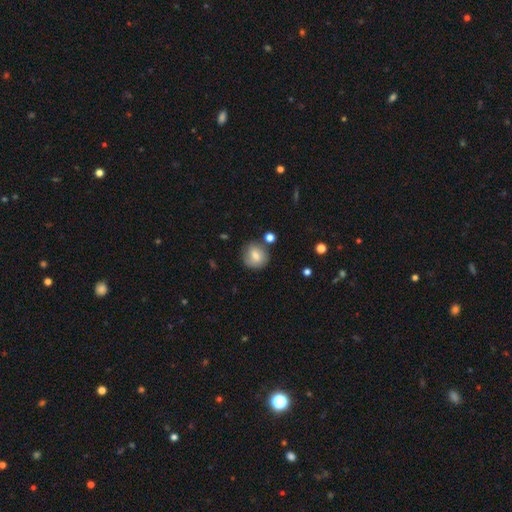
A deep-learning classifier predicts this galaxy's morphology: Smooth or featured? Predicted: smooth (p=0.74). How rounded? Predicted: round (p=0.86). Merging? Predicted: none (p=0.75).